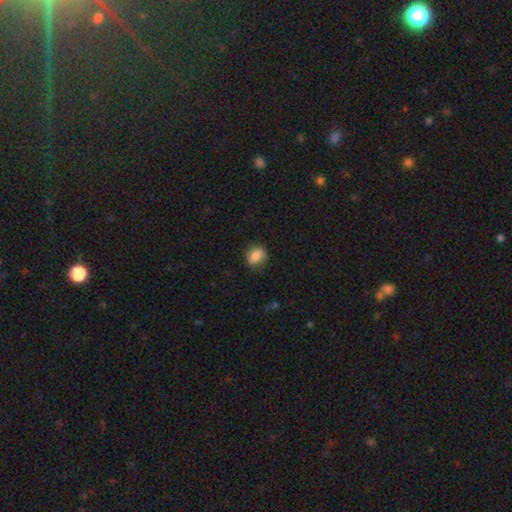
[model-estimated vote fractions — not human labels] Overall: smooth (85%). How rounded: in between (54%; round 44%). Merging: none (75%).